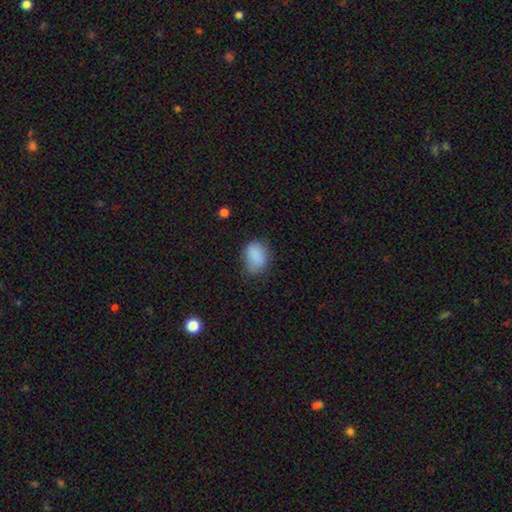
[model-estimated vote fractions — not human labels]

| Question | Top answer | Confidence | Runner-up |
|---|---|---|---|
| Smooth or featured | smooth | 85% | star or artifact (8%) |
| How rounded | in between | 71% | round (27%) |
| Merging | none | 61% | minor disturbance (29%) |